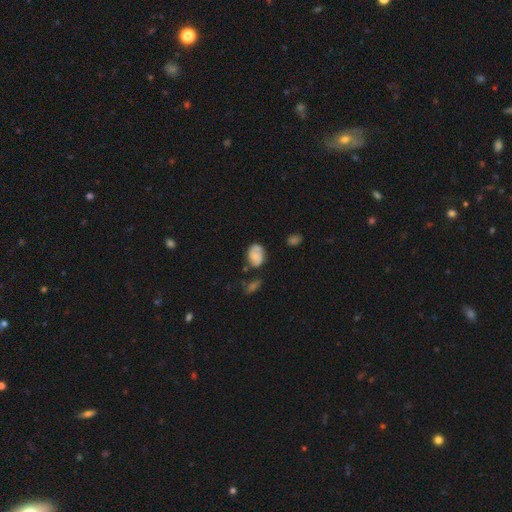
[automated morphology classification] Smooth or featured? Predicted: smooth (p=0.50). Merging? Predicted: none (p=0.56).